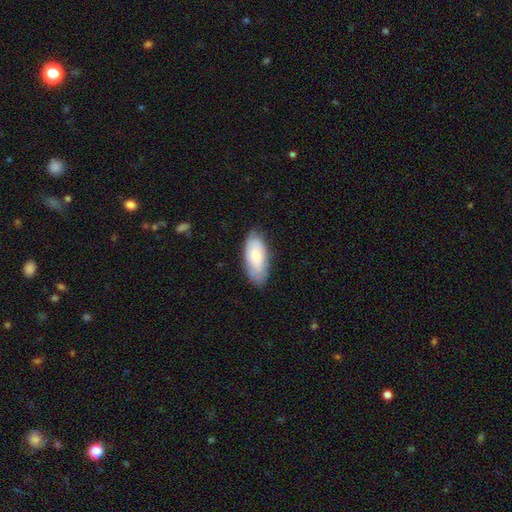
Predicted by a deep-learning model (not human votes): Smooth or featured?
  - smooth: 67% *
  - featured or disk: 27%
  - star or artifact: 6%
How rounded?
  - in between: 89% *
  - cigar-shaped: 8%
  - round: 2%
Merging?
  - none: 72% *
  - minor disturbance: 23%
  - major disturbance: 4%
  - merger: 1%